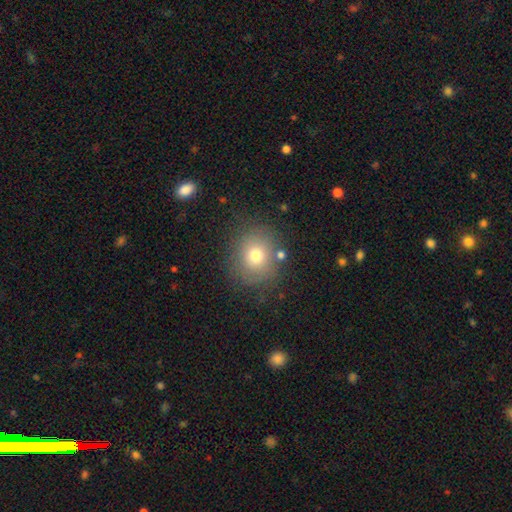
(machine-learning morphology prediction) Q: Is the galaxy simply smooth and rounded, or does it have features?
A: smooth — 72%.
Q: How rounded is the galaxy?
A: round — 76%.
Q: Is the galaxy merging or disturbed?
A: none — 78%.